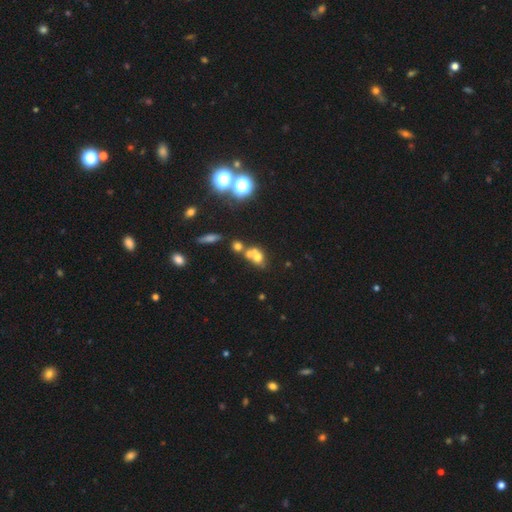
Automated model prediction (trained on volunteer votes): Smooth or featured? smooth (56%)
How rounded? round (54%)
Merging? merger (57%)